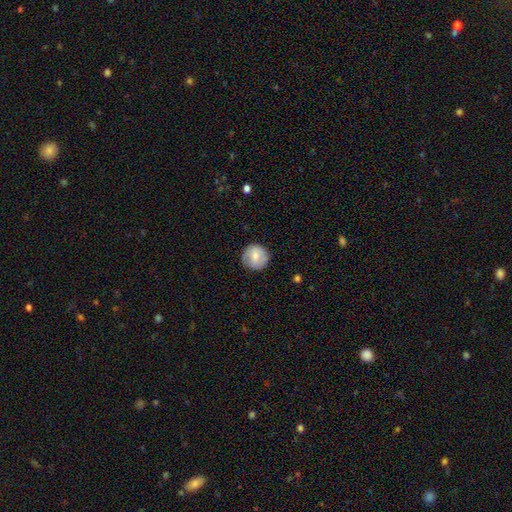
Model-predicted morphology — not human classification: type=smooth (71%); roundness=round (94%); merging=none (85%).